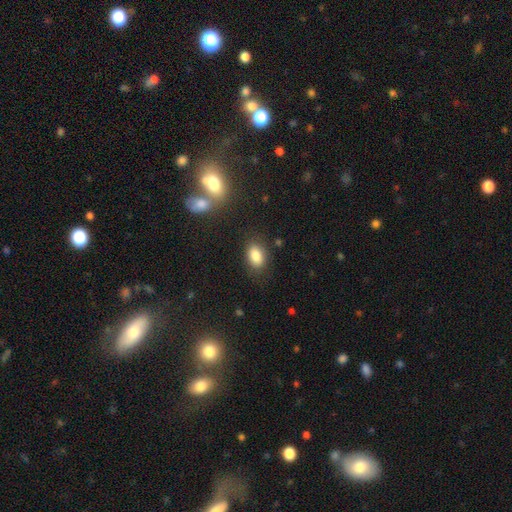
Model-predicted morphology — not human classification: type=smooth (83%); roundness=in between (86%); merging=none (82%).